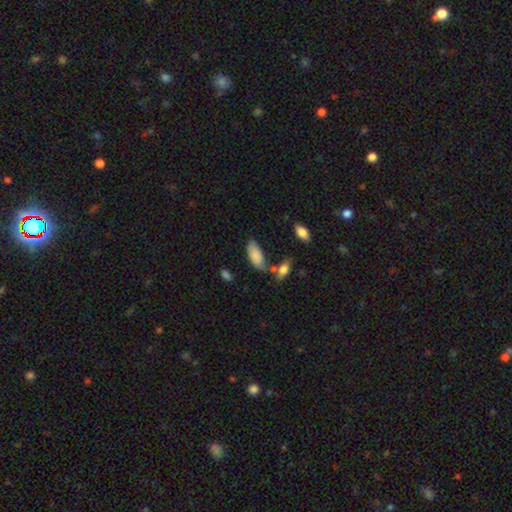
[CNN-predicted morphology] The model was most divided on "merging": none: 53%, minor disturbance: 25%, merger: 14%, major disturbance: 8%. More confident: how rounded — in between (88%); smooth or featured — smooth (85%).